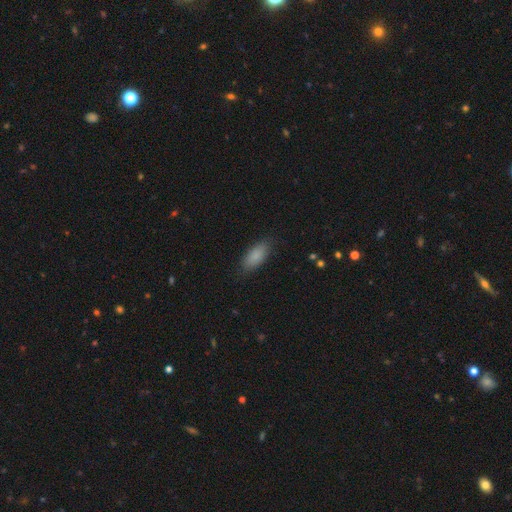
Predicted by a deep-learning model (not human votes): Smooth or featured: smooth — 87% (star or artifact — 7%)
How rounded: in between — 84% (cigar-shaped — 14%)
Merging: none — 84% (minor disturbance — 12%)